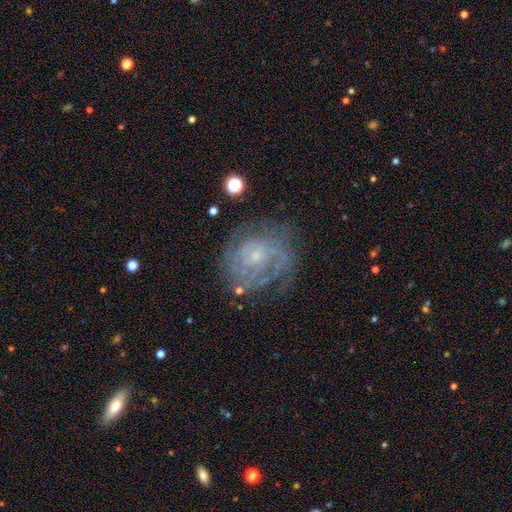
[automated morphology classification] Smooth or featured: featured or disk — 82% (star or artifact — 9%)
Edge-on disk: no — 98% (yes — 2%)
Bar: no — 68% (weak — 26%)
Spiral arms: yes — 93% (no — 7%)
Spiral winding: tight — 67% (medium — 26%)
Spiral arm count: can't tell — 36% (2 — 24%)
Bulge size: small — 73% (moderate — 18%)
Merging: none — 70% (minor disturbance — 18%)